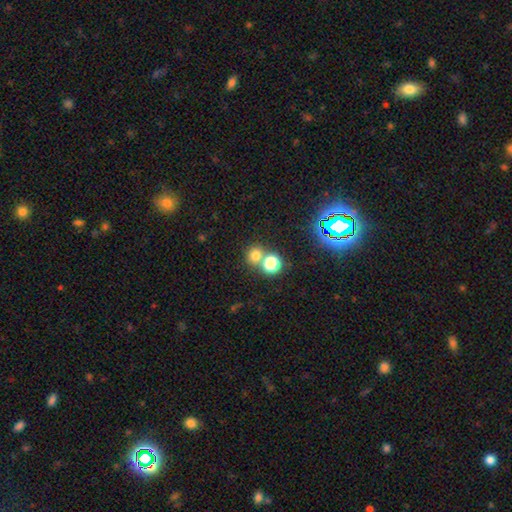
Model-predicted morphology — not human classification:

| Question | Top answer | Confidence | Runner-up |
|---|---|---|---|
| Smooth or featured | smooth | 71% | star or artifact (21%) |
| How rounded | round | 83% | in between (16%) |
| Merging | none | 58% | merger (32%) |